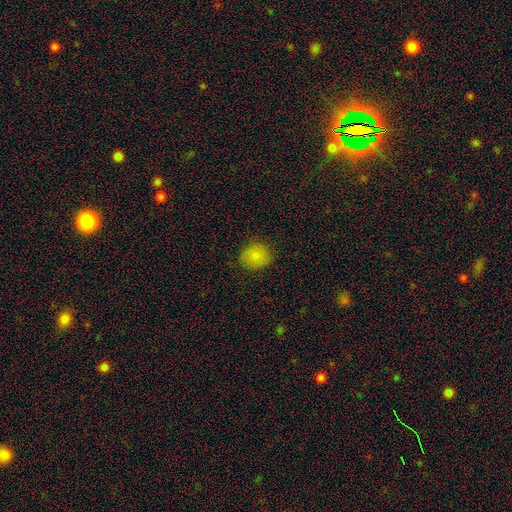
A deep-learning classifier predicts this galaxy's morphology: smooth 83%, star or artifact 11%, featured or disk 5%. Down the decision tree: how rounded — round (80%); merging — none (85%).